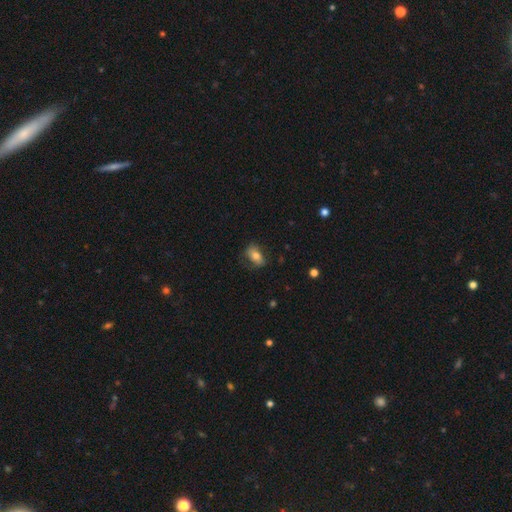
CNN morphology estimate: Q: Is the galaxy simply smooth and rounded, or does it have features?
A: smooth — 68%.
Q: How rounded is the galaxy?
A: in between — 83%.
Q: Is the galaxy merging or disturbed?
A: none — 64%.